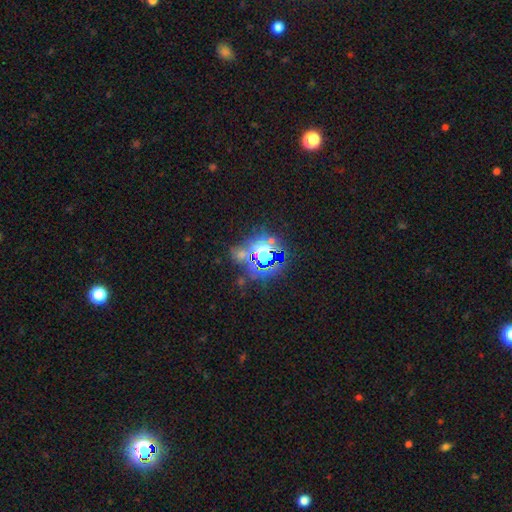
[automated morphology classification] Q: Smooth or featured?
A: star or artifact (75%); runner-up: smooth (16%)